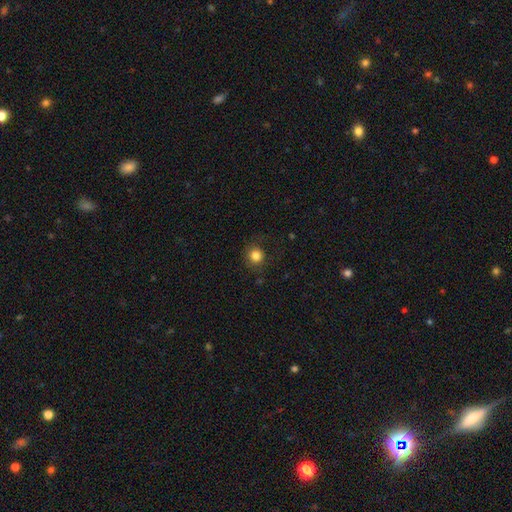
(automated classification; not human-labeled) smooth-or-featured: smooth: 84% | star or artifact: 11% | featured or disk: 5%
  how-rounded: round: 91% | in between: 8% | cigar-shaped: 1%
  merging: none: 83% | minor disturbance: 12% | major disturbance: 5% | merger: 1%